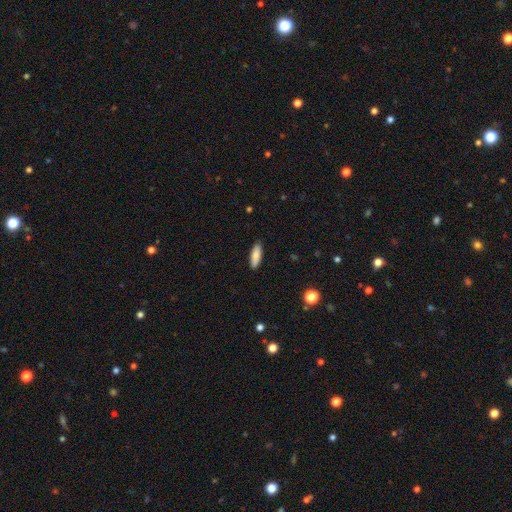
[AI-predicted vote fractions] A smooth galaxy with no disk features (83%) that is in between round and cigar-shaped (51%).

Vote fractions:
- Smooth or featured? smooth: 83% / featured or disk: 11% / star or artifact: 6%
- How rounded? in between: 51% / cigar-shaped: 47% / round: 2%
- Merging? none: 89% / minor disturbance: 8% / major disturbance: 2% / merger: 1%